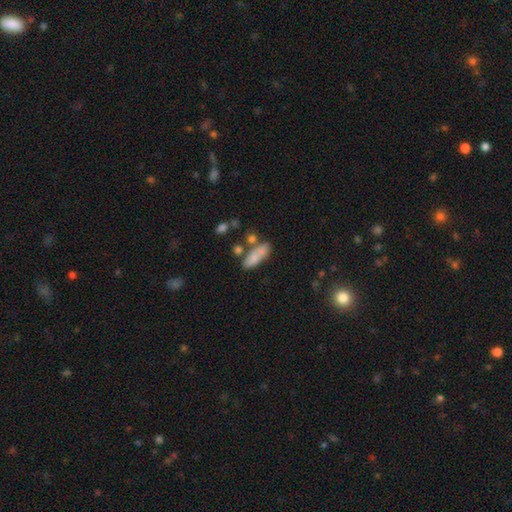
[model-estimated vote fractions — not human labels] Smooth or featured: smooth — 76% (featured or disk — 16%)
How rounded: in between — 66% (cigar-shaped — 30%)
Merging: none — 54% (minor disturbance — 20%)